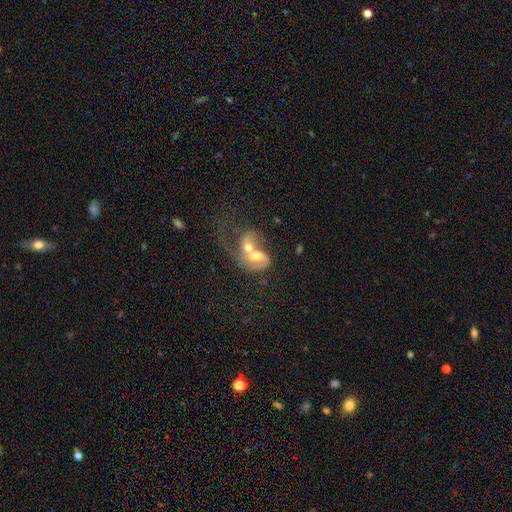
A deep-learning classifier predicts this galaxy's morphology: featured or disk 55%, smooth 37%, star or artifact 7%. Down the decision tree: edge-on disk — no (96%); bar — no (70%); spiral arms — yes (66%); bulge size — moderate (66%); merging — merger (82%).